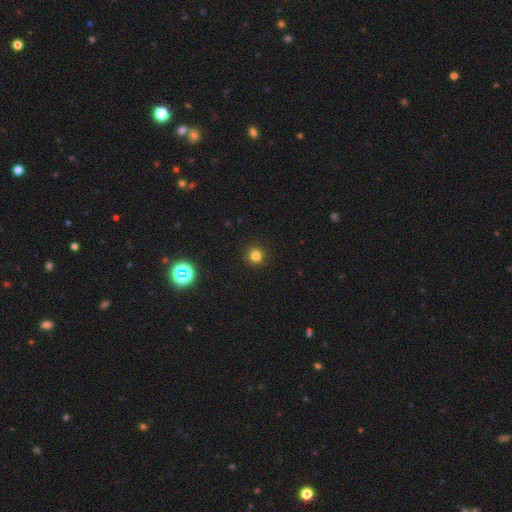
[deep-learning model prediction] The model was most divided on "smooth or featured": smooth: 79%, star or artifact: 16%, featured or disk: 5%. More confident: how rounded — round (95%); merging — none (92%).